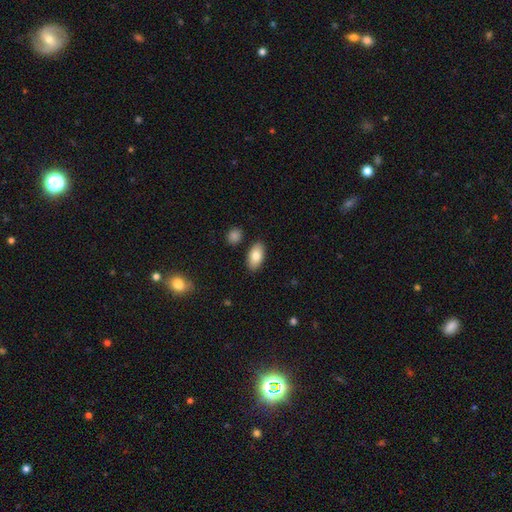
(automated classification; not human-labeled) Q: Smooth or featured?
A: smooth (83%); runner-up: featured or disk (11%)
Q: How rounded?
A: in between (93%); runner-up: round (4%)
Q: Merging?
A: none (86%); runner-up: minor disturbance (9%)